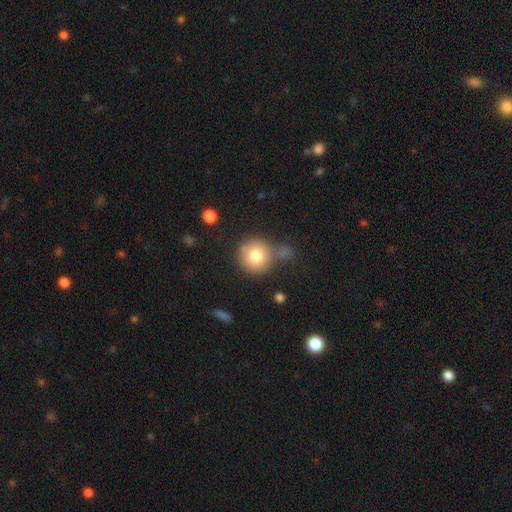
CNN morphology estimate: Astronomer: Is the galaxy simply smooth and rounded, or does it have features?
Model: smooth — 78%.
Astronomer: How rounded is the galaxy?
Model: round — 94%.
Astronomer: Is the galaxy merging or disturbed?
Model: none — 65%.